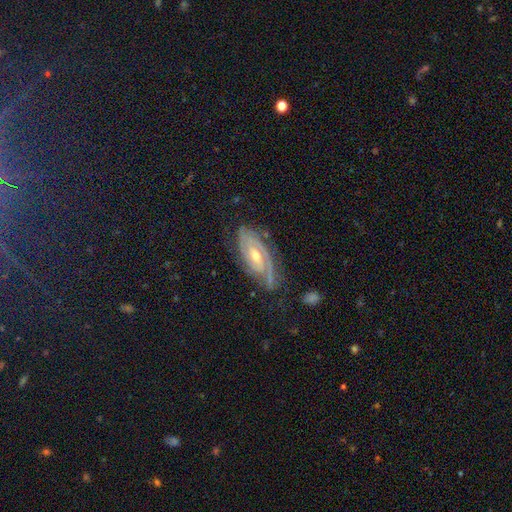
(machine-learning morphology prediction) A featured or disk galaxy (84%) with no bar (47%), 2 (55%) tight (64%) spiral arms (95%) and a moderate central bulge (55%). Merging: none (71%).